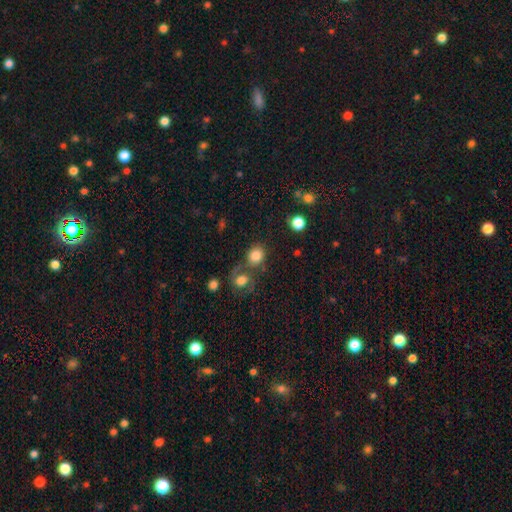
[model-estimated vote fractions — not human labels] Overall: smooth (81%). How rounded: round (74%). Merging: none (52%; merger 29%).